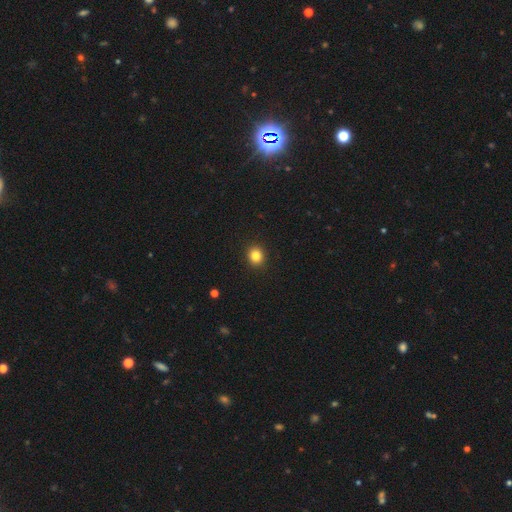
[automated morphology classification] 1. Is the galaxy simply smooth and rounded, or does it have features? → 83% smooth, 12% star or artifact, 5% featured or disk.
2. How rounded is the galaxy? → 83% round, 16% in between, 1% cigar-shaped.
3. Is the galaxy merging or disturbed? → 92% none, 5% minor disturbance, 2% major disturbance, 1% merger.